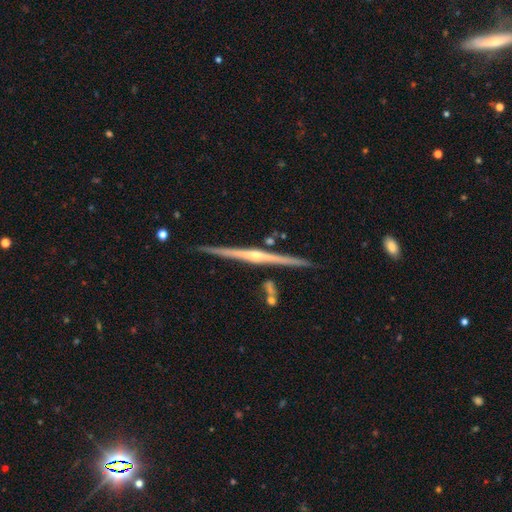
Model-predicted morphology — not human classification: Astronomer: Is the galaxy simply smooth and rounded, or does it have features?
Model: featured or disk — 85%.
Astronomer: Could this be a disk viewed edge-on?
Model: yes — 99%.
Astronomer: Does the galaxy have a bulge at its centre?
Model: rounded — 80%.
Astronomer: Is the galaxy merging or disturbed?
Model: none — 87%.